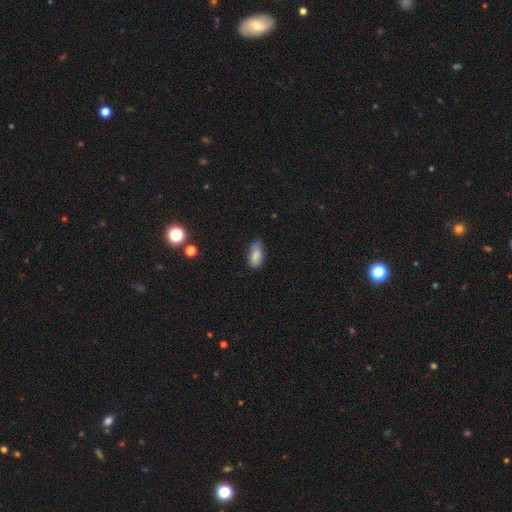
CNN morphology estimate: This is clearly a smooth galaxy (83%). How rounded: clearly in between (89%). Merging: likely none (64%).